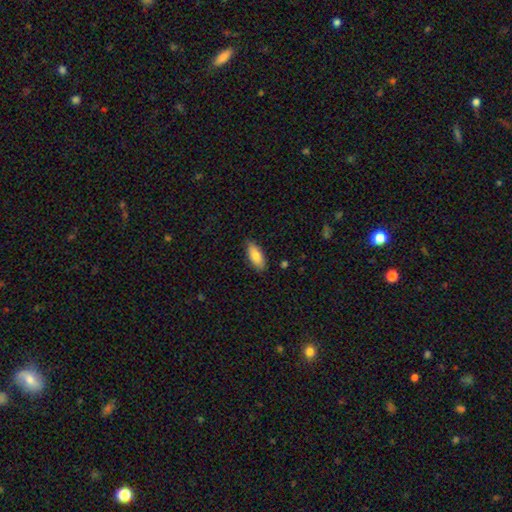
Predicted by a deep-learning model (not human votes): Morphology: type=smooth (83%); roundness=in between (79%); merging=none (86%).